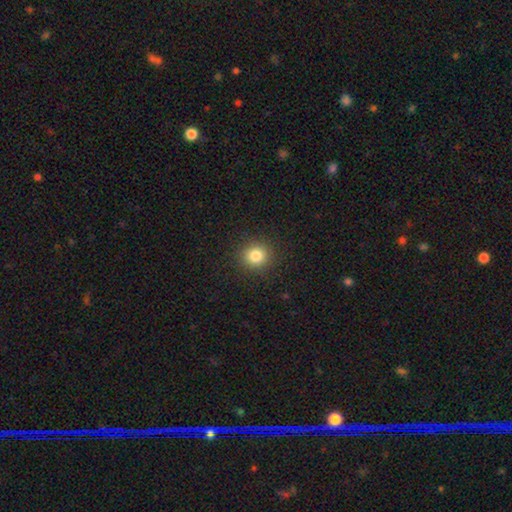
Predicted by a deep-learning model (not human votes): Smooth or featured: smooth — 83% (star or artifact — 12%)
How rounded: round — 87% (in between — 12%)
Merging: none — 91% (minor disturbance — 6%)